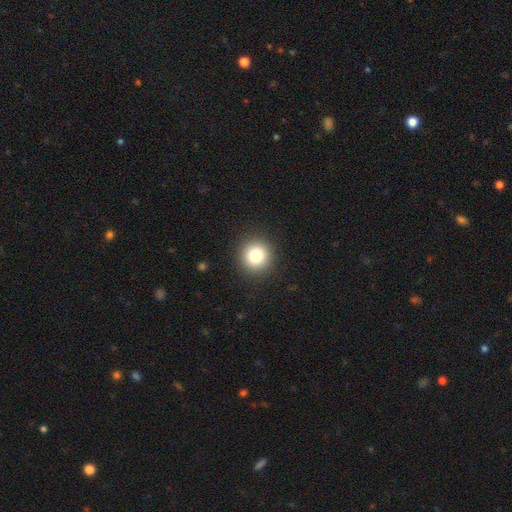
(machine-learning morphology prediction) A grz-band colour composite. It shows a smooth galaxy with no disk features (82%) that is round (93%). Merging: none (92%).